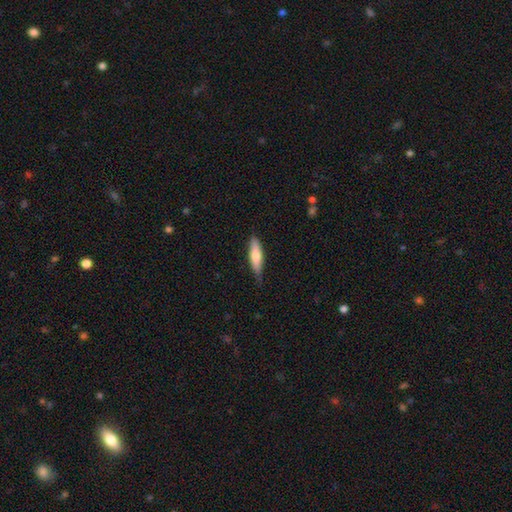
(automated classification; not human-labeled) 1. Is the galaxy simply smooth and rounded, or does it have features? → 67% smooth, 28% featured or disk, 5% star or artifact.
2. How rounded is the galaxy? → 72% cigar-shaped, 26% in between, 2% round.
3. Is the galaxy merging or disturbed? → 75% none, 21% minor disturbance, 3% major disturbance, 1% merger.